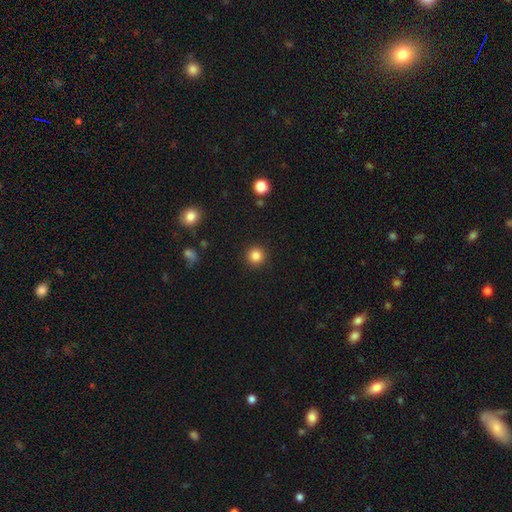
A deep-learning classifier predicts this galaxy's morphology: smooth-or-featured: smooth: 85% | star or artifact: 11% | featured or disk: 4%
  how-rounded: round: 95% | in between: 4% | cigar-shaped: 1%
  merging: none: 92% | minor disturbance: 5% | major disturbance: 2% | merger: 1%